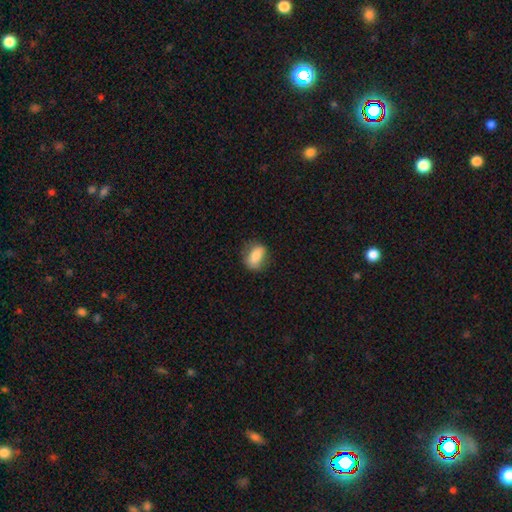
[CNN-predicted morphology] Smooth or featured? smooth (79%)
How rounded? in between (77%)
Merging? none (74%)